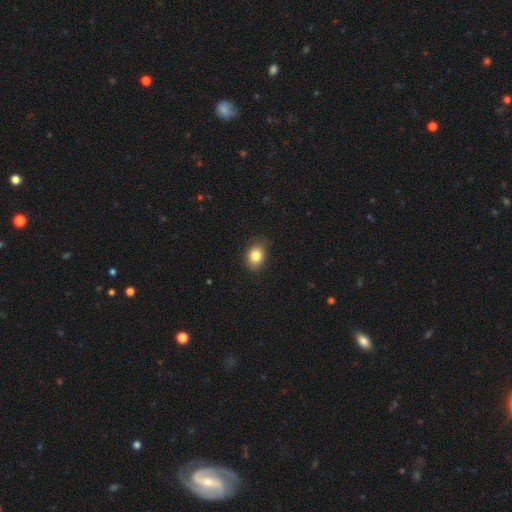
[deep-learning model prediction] Morphology: type=smooth (84%); roundness=in between (69%); merging=none (83%).